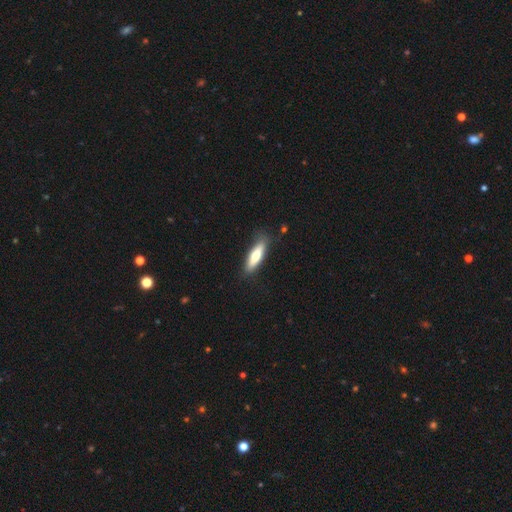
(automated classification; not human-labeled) A smooth galaxy with no disk features (70%) that is cigar-shaped (65%).

Vote fractions:
- Smooth or featured? smooth: 70% / featured or disk: 25% / star or artifact: 6%
- How rounded? cigar-shaped: 65% / in between: 34% / round: 2%
- Merging? none: 82% / minor disturbance: 13% / major disturbance: 3% / merger: 1%